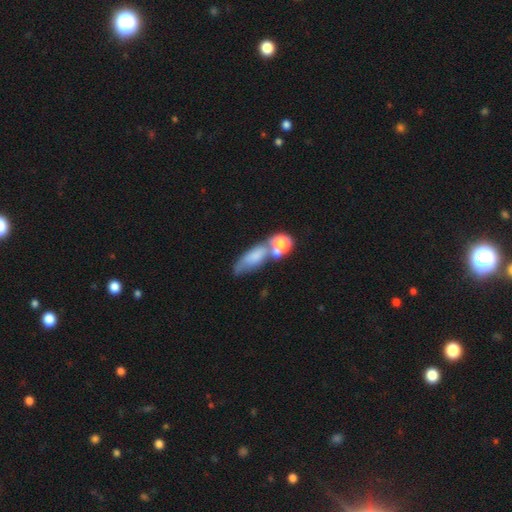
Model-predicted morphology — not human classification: Smooth or featured? smooth (59%)
How rounded? in between (57%)
Merging? merger (37%)